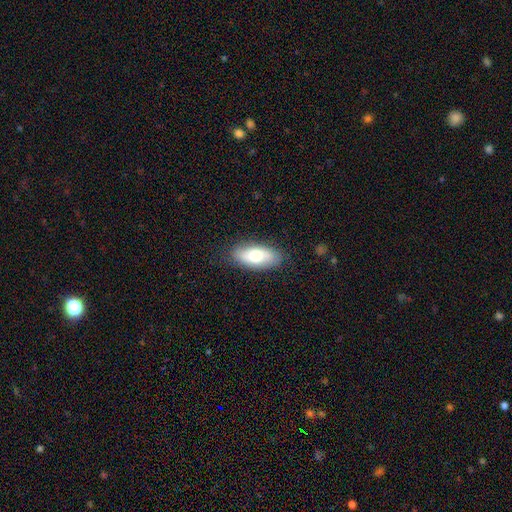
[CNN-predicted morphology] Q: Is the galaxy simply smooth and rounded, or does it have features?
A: smooth — 67%.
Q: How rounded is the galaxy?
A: in between — 87%.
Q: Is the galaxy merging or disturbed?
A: none — 83%.